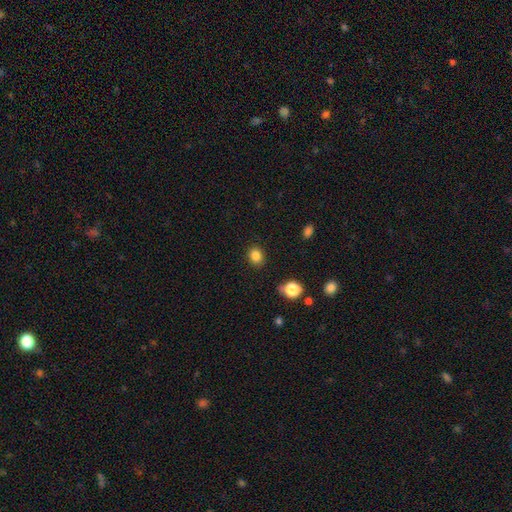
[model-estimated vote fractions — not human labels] Smooth or featured: smooth — 84% (star or artifact — 11%)
How rounded: round — 64% (in between — 35%)
Merging: none — 87% (minor disturbance — 9%)